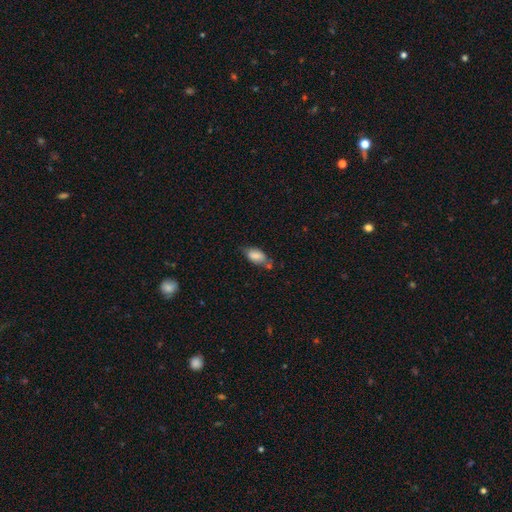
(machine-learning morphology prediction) Overall: smooth (80%). How rounded: in between (89%). Merging: none (47%; minor disturbance 31%).